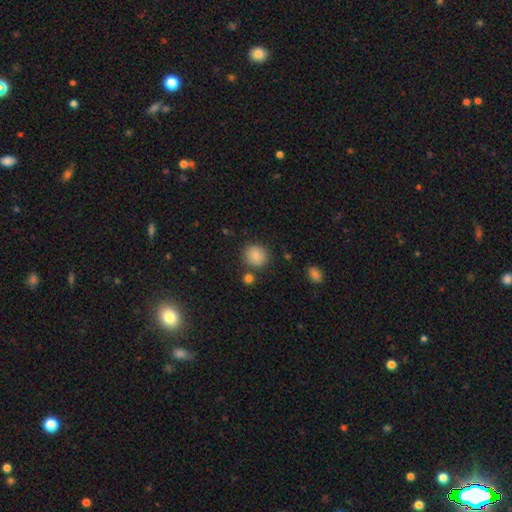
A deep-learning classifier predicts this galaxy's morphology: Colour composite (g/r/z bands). It shows a smooth galaxy with no disk features (85%) that is round (80%). Merging: none (81%).